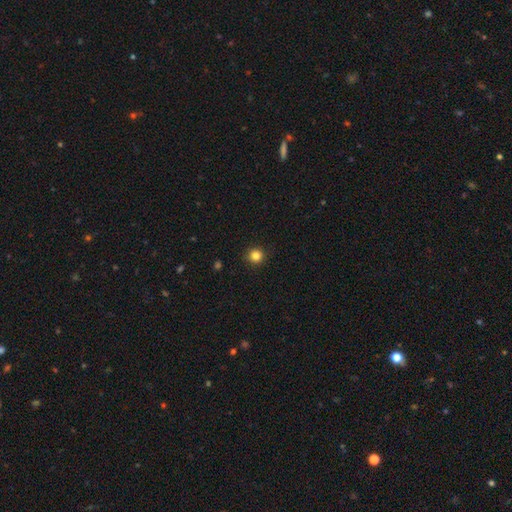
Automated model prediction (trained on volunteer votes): A smooth galaxy with no disk features (84%) that is round (95%). Merging: none (92%).